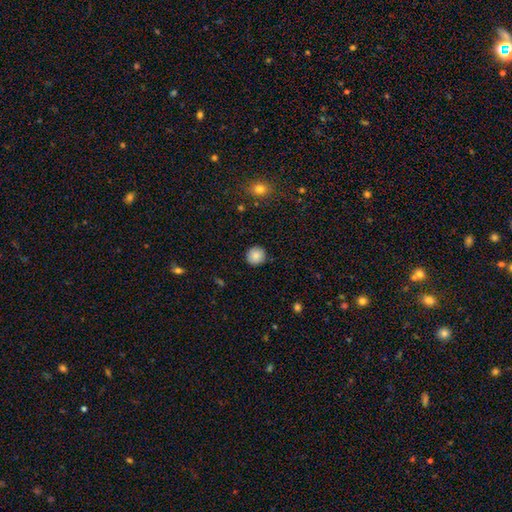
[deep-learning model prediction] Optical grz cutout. It shows a smooth galaxy with no disk features (86%) that is round (93%). Merging: none (91%).